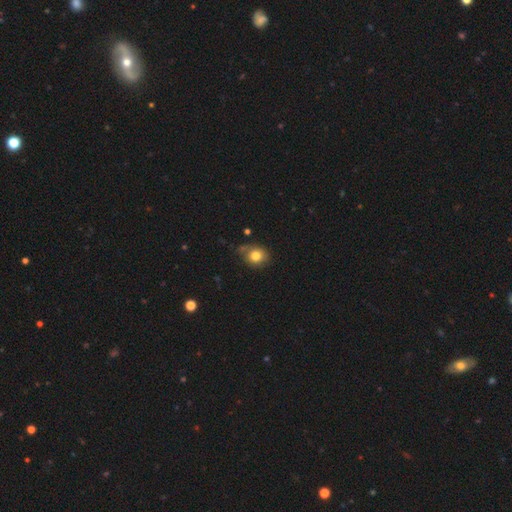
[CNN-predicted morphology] A smooth galaxy with no disk features (80%) that is round (68%). Merging: none (63%).